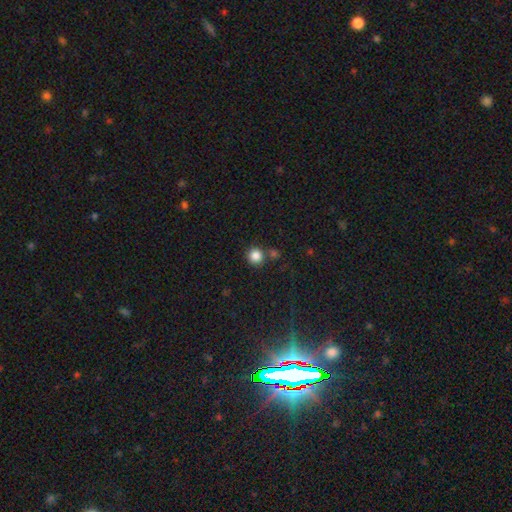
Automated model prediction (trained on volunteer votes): Smooth or featured? smooth (85%)
How rounded? round (93%)
Merging? none (75%)